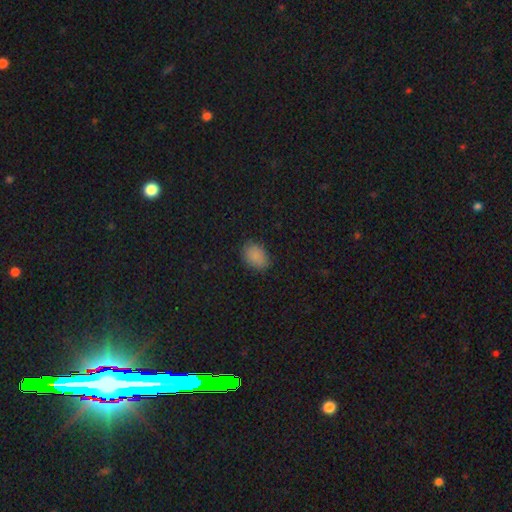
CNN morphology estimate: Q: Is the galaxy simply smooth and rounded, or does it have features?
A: smooth — 85%.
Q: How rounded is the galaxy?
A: in between — 74%.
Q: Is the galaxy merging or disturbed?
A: none — 84%.